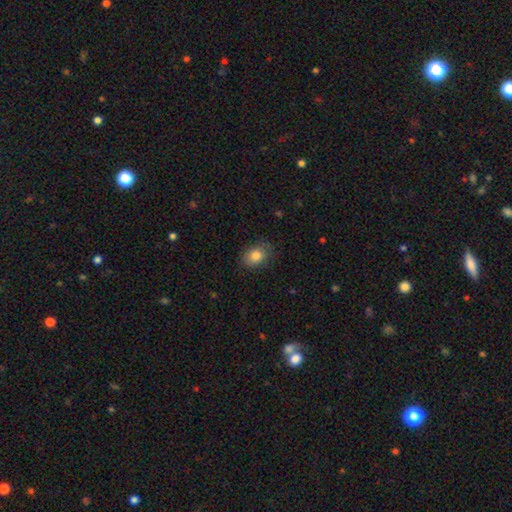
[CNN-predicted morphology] Smooth or featured? smooth (83%)
How rounded? in between (65%)
Merging? none (77%)